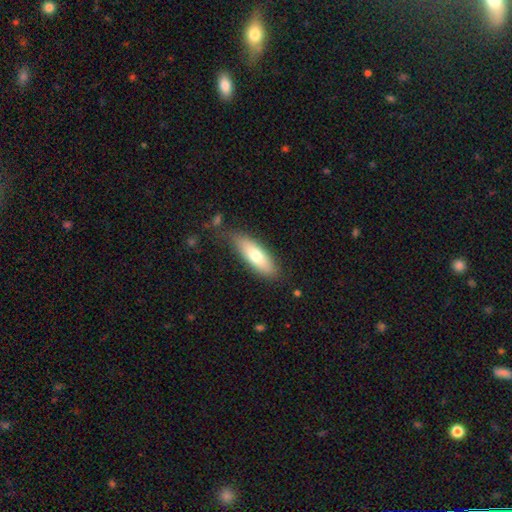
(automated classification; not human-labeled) Overall: smooth (72%). How rounded: in between (58%; cigar-shaped 40%). Merging: none (75%).